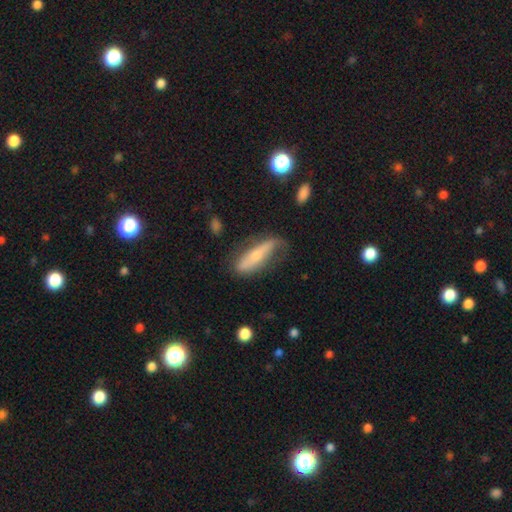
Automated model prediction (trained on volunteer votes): This is possibly a featured or disk galaxy (50%). It is possibly viewed edge-on (54%). Merging: possibly none (57%).